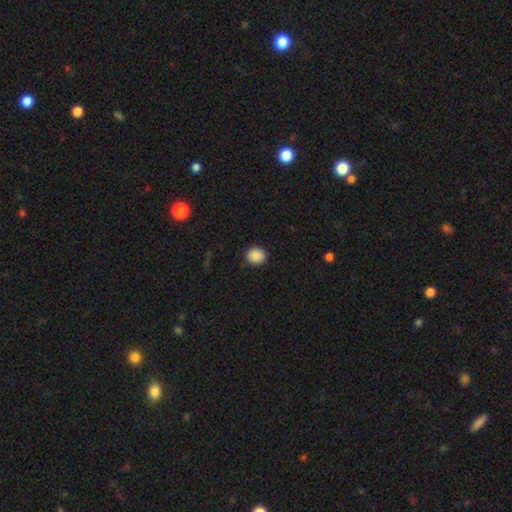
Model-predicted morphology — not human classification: Smooth or featured: smooth — 88% (star or artifact — 9%)
How rounded: round — 74% (in between — 25%)
Merging: none — 90% (minor disturbance — 7%)